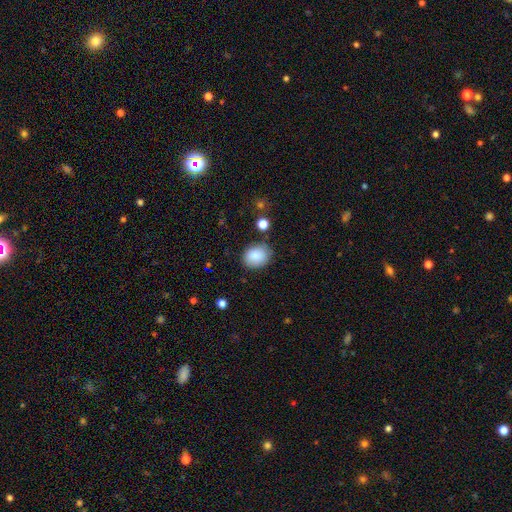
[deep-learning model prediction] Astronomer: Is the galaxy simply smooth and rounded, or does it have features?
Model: smooth — 86%.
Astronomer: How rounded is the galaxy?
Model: in between — 54% (runner-up: round, 45%).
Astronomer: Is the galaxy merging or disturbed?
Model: none — 77%.